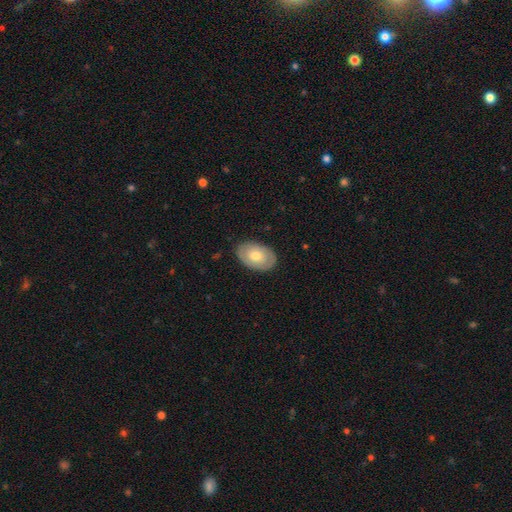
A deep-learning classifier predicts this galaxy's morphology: Overall: smooth (58%; featured or disk 37%). How rounded: in between (88%). Merging: none (85%).